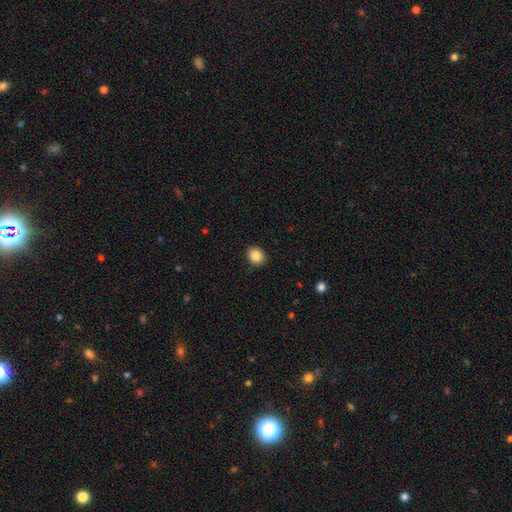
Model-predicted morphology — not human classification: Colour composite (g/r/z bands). It shows a smooth galaxy with no disk features (87%) that is round (57%). Merging: none (90%).